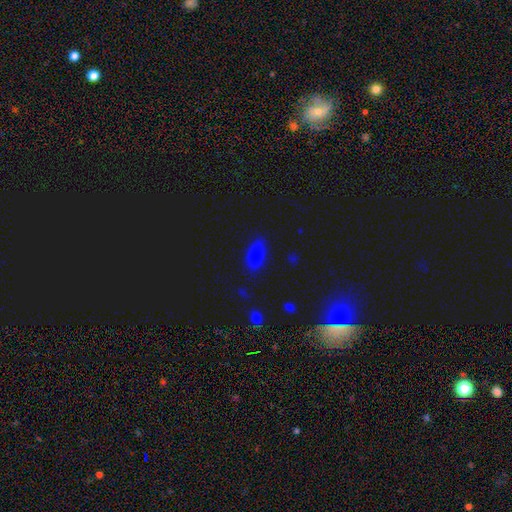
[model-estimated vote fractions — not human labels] smooth_or_featured: smooth (p=0.75) [alt: featured or disk p=0.14]
how_rounded: in between (p=0.80) [alt: cigar-shaped p=0.13]
merging: none (p=0.83) [alt: minor disturbance p=0.13]